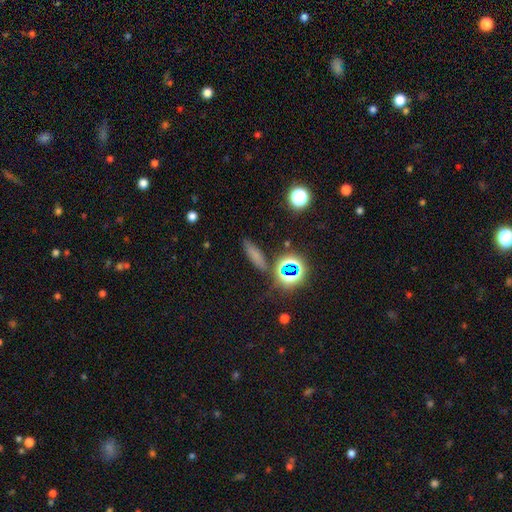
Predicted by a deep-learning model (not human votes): Q: Smooth or featured?
A: smooth (62%); runner-up: star or artifact (25%)
Q: How rounded?
A: cigar-shaped (54%); runner-up: in between (35%)
Q: Merging?
A: none (79%); runner-up: minor disturbance (12%)